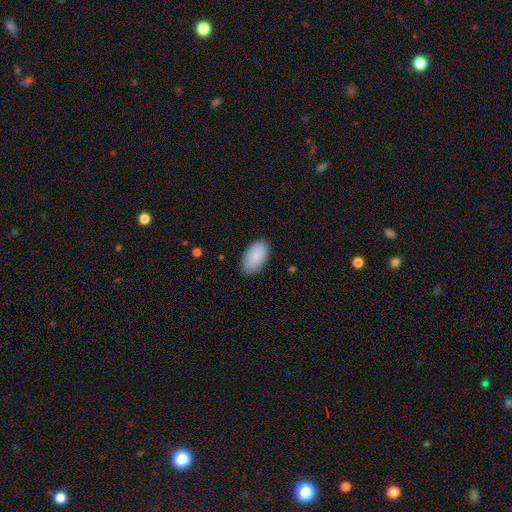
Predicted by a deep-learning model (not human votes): Smooth or featured: smooth — 87% (featured or disk — 7%)
How rounded: in between — 95% (round — 3%)
Merging: none — 86% (minor disturbance — 11%)